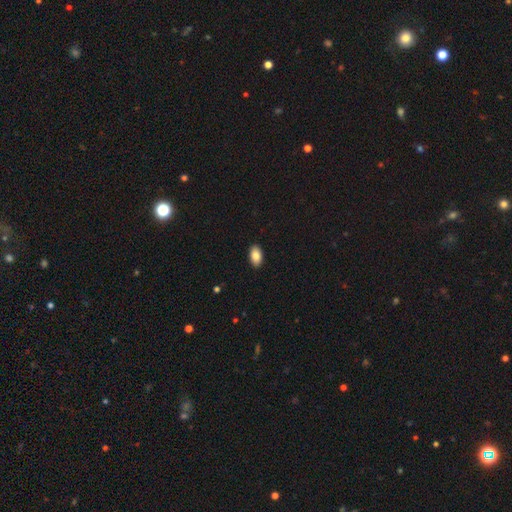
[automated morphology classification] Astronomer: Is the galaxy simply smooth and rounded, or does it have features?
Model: smooth — 84%.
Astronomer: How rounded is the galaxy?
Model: in between — 93%.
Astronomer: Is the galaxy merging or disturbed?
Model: none — 91%.